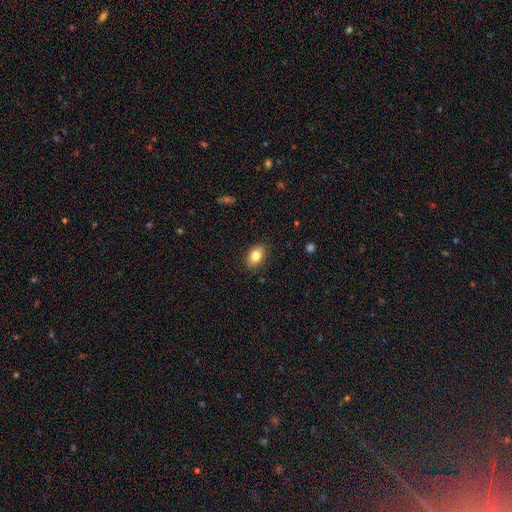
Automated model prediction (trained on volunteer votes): smooth 83%, featured or disk 8%, star or artifact 8%. Down the decision tree: how rounded — in between (83%); merging — none (87%).